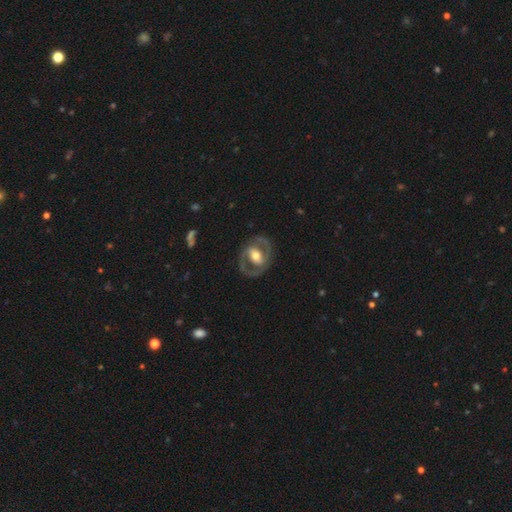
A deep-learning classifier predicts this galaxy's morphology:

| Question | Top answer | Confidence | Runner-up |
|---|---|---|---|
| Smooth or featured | featured or disk | 77% | smooth (18%) |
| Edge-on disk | no | 96% | yes (4%) |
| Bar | weak | 36% | no (33%) |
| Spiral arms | yes | 70% | no (30%) |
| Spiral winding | medium | 50% | tight (32%) |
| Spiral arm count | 2 | 85% | can't tell (8%) |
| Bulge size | moderate | 67% | large (17%) |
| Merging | none | 78% | minor disturbance (13%) |